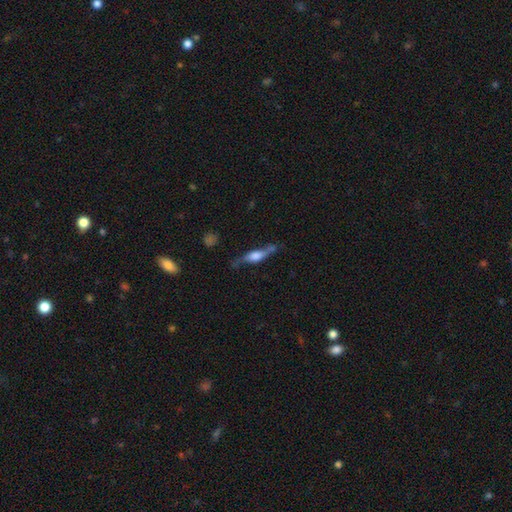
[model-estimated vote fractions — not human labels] smooth-or-featured: featured or disk: 59% | smooth: 33% | star or artifact: 7%
  disk-edge-on: yes: 78% | no: 22%
  merging: none: 59% | minor disturbance: 24% | major disturbance: 11% | merger: 7%